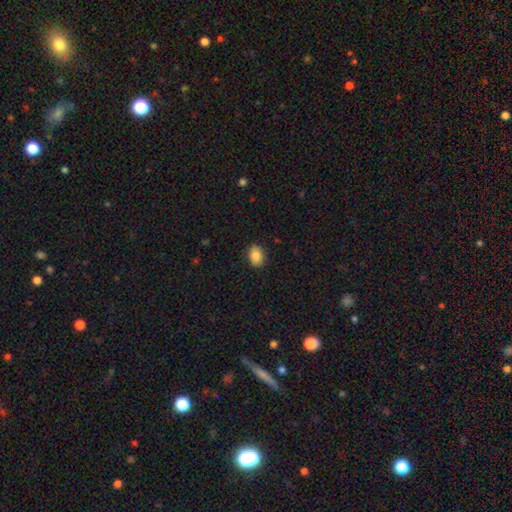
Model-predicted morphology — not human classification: A smooth galaxy with no disk features (86%) that is in between round and cigar-shaped (74%). Merging: none (87%).